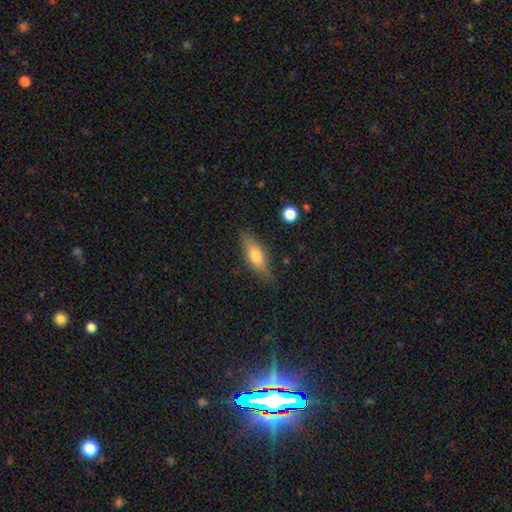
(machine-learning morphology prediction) A smooth galaxy with no disk features (58%) that is in between round and cigar-shaped (54%).

Vote fractions:
- Smooth or featured? smooth: 58% / featured or disk: 35% / star or artifact: 7%
- How rounded? in between: 54% / cigar-shaped: 42% / round: 3%
- Merging? none: 77% / minor disturbance: 17% / major disturbance: 4% / merger: 2%